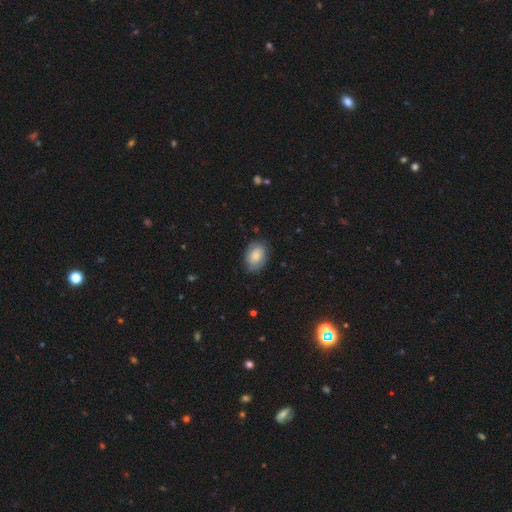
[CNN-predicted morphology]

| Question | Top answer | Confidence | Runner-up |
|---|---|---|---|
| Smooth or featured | smooth | 79% | featured or disk (14%) |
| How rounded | in between | 82% | round (17%) |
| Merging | none | 78% | minor disturbance (16%) |